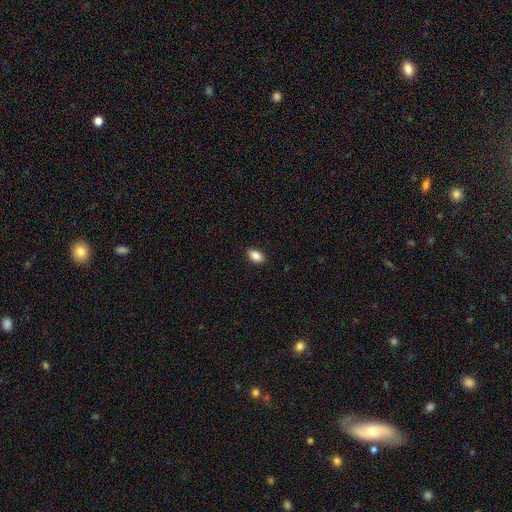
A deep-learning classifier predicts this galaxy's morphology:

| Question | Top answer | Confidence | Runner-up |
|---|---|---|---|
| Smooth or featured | smooth | 87% | star or artifact (8%) |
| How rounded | in between | 90% | round (7%) |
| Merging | none | 89% | minor disturbance (8%) |